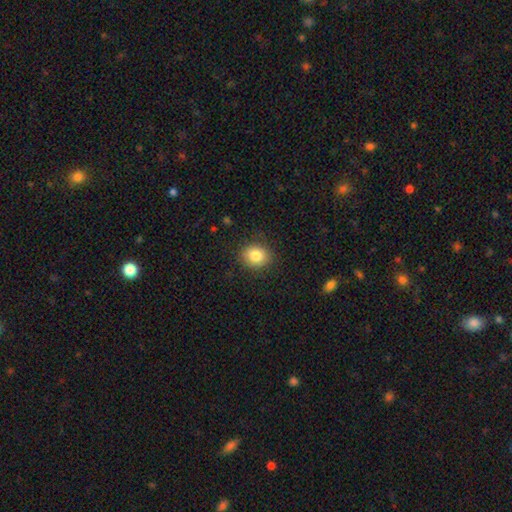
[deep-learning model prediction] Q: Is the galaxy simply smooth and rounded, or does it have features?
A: smooth — 83%.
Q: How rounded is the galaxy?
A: round — 59%.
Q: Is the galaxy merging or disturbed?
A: none — 86%.